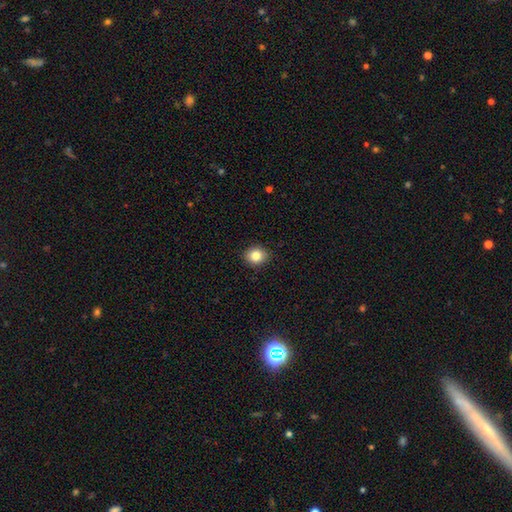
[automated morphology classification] A smooth galaxy with no disk features (84%) that is round (71%). Merging: none (90%).